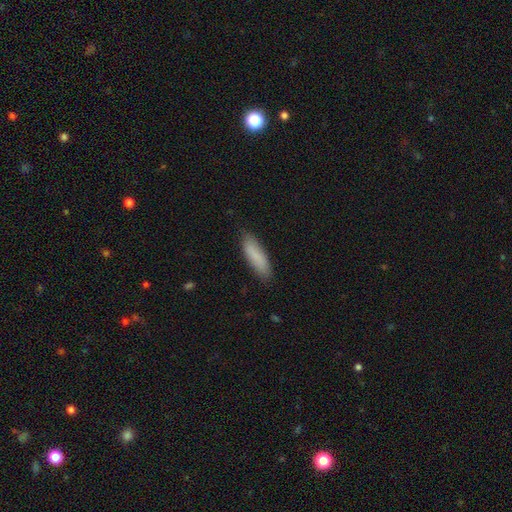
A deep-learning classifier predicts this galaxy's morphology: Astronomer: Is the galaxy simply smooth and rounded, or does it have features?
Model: smooth — 85%.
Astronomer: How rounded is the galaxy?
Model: cigar-shaped — 57% (runner-up: in between, 42%).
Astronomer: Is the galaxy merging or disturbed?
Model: none — 82%.